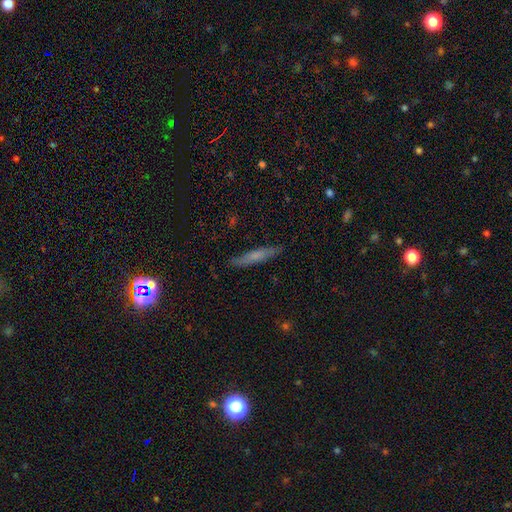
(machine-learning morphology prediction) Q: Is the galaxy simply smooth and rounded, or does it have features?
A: smooth — 57%.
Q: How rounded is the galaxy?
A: cigar-shaped — 91%.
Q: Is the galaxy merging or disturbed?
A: none — 86%.